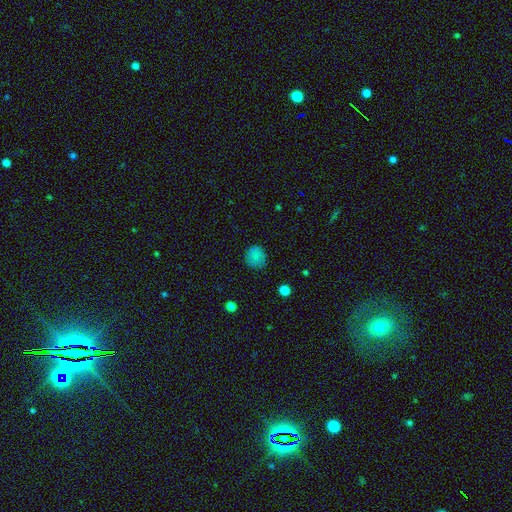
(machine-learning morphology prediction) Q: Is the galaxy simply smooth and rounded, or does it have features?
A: smooth — 82%.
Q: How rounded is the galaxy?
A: round — 84%.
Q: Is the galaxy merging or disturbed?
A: none — 80%.